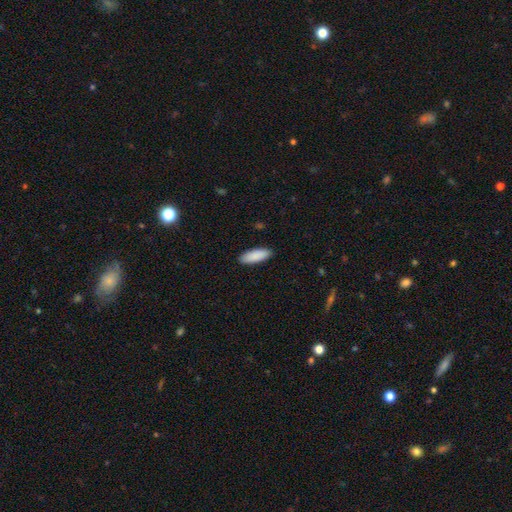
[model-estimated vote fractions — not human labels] A smooth galaxy with no disk features (90%) that is in between round and cigar-shaped (69%). Merging: none (89%).